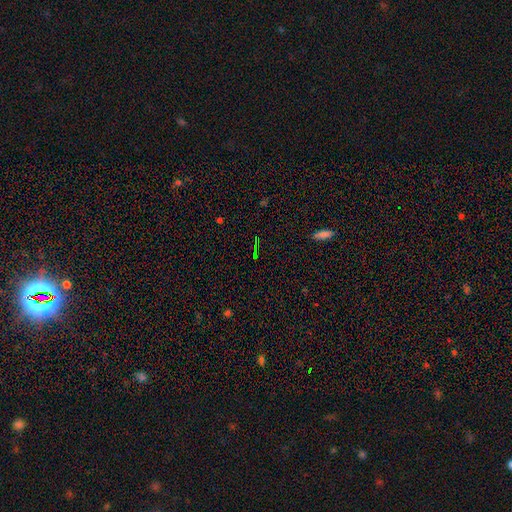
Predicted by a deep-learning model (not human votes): The model was most divided on "smooth or featured": star or artifact: 71%, smooth: 17%, featured or disk: 12%.